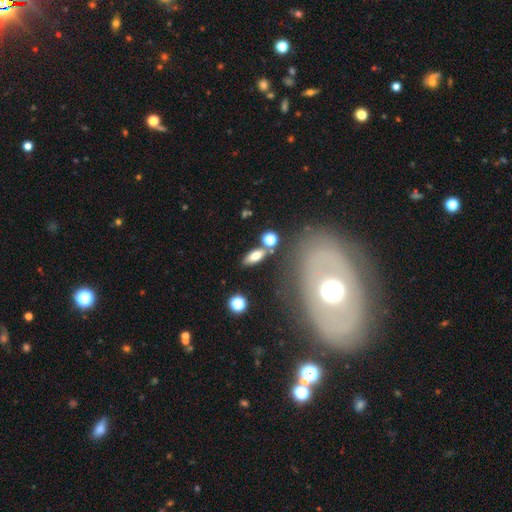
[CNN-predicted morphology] Q: Smooth or featured?
A: smooth (71%); runner-up: featured or disk (19%)
Q: How rounded?
A: in between (74%); runner-up: cigar-shaped (20%)
Q: Merging?
A: none (74%); runner-up: minor disturbance (12%)